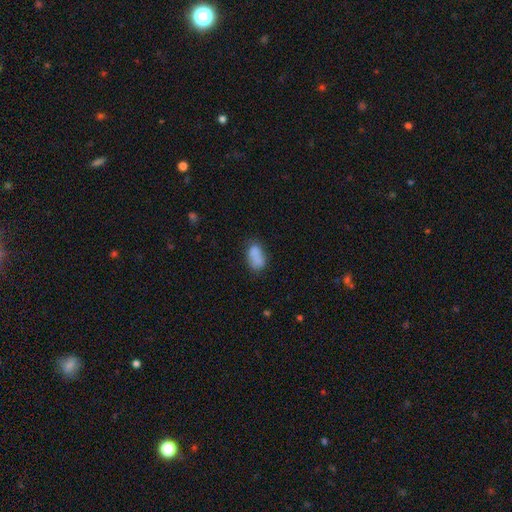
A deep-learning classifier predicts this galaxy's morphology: Smooth or featured: smooth — 83% (featured or disk — 9%)
How rounded: in between — 91% (round — 6%)
Merging: none — 61% (minor disturbance — 25%)